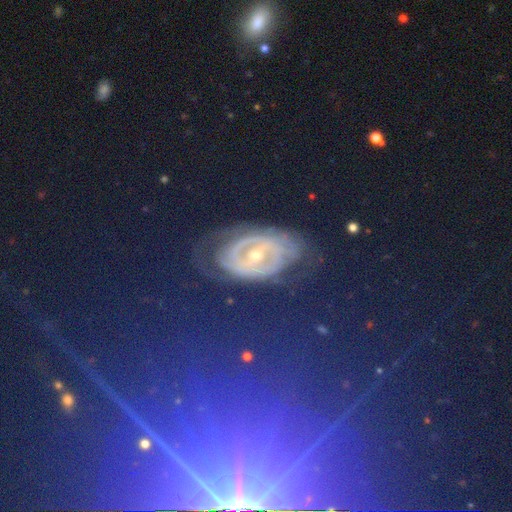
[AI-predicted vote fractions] smooth-or-featured: featured or disk: 50% | star or artifact: 33% | smooth: 17%
  disk-edge-on: no: 89% | yes: 11%
  merging: none: 72% | minor disturbance: 17% | major disturbance: 8% | merger: 3%